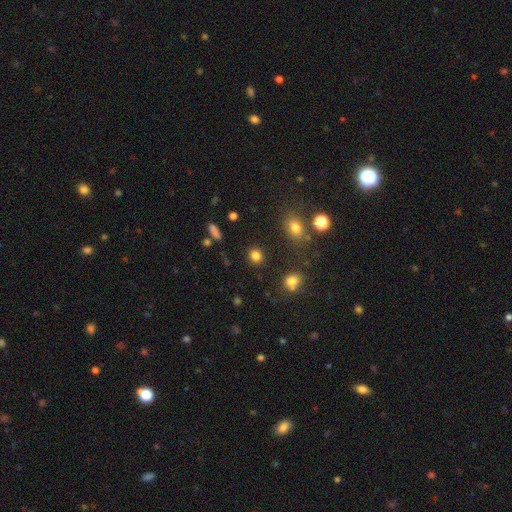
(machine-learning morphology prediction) type=smooth (82%); roundness=round (81%); merging=none (86%).